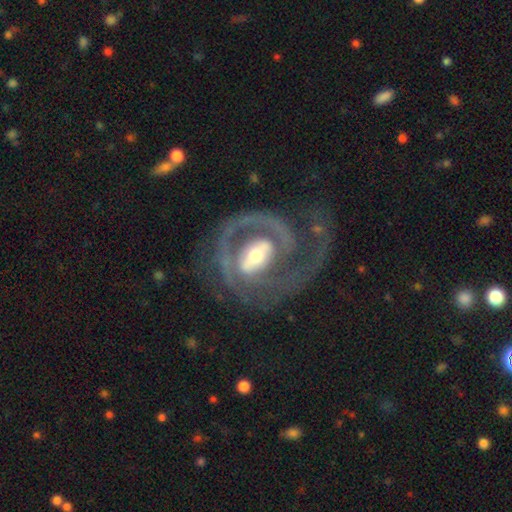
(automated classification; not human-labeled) The model was most divided on "spiral winding" (2-way tie): medium: 40%, tight: 40%, loose: 20%. Remaining: edge-on disk — no (96%); smooth or featured — featured or disk (85%); spiral arms — yes (84%); bulge size — moderate (56%); spiral arm count — 2 (52%); merging — none (50%); bar — strong (44%).